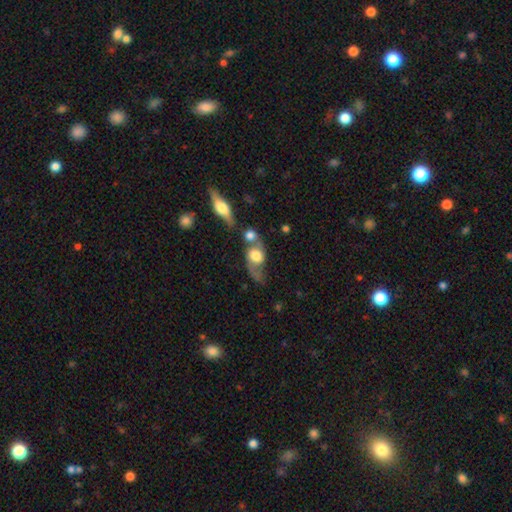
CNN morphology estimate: Overall: featured or disk (55%; smooth 37%). Edge-on disk: no (80%). Merging: merger (39%; none 32%).